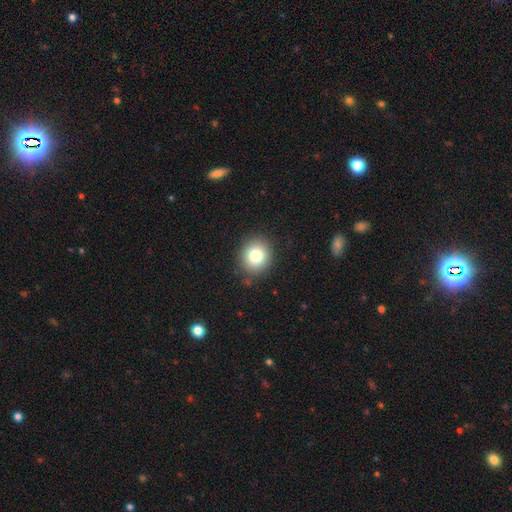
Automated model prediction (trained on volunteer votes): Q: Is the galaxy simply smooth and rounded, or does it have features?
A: smooth — 80%.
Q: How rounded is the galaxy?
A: round — 81%.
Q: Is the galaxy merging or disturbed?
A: none — 88%.